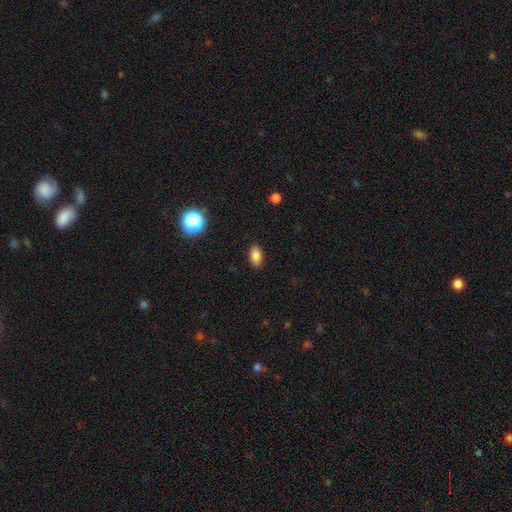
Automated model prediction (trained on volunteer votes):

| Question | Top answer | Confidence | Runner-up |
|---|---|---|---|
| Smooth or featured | smooth | 84% | star or artifact (10%) |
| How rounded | in between | 90% | round (6%) |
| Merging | none | 88% | minor disturbance (8%) |